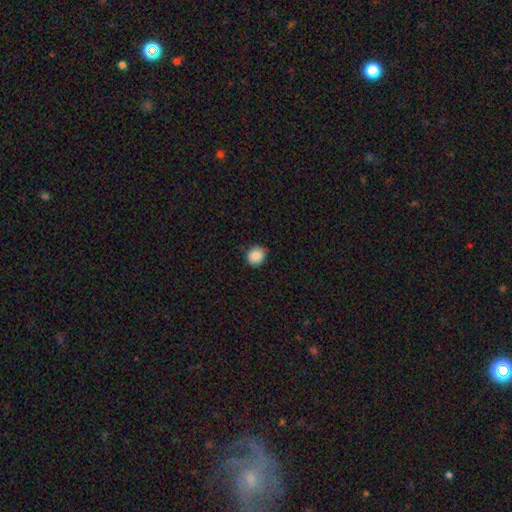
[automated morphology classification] This appears to be a smooth galaxy with no disk features (88%) that is round (78%). Merging: none (86%).